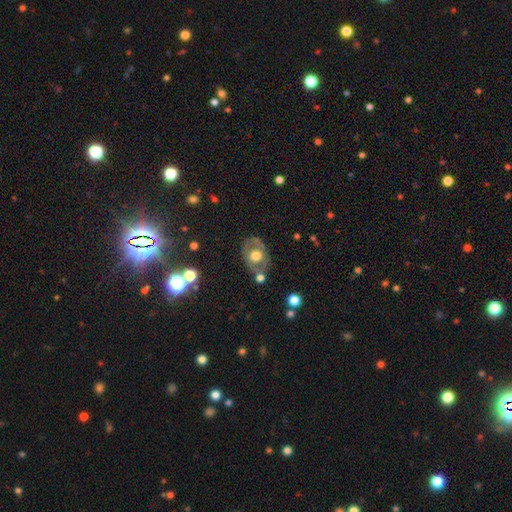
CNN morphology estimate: featured or disk 49%, smooth 43%, star or artifact 8%. Down the decision tree: merging — none (65%).